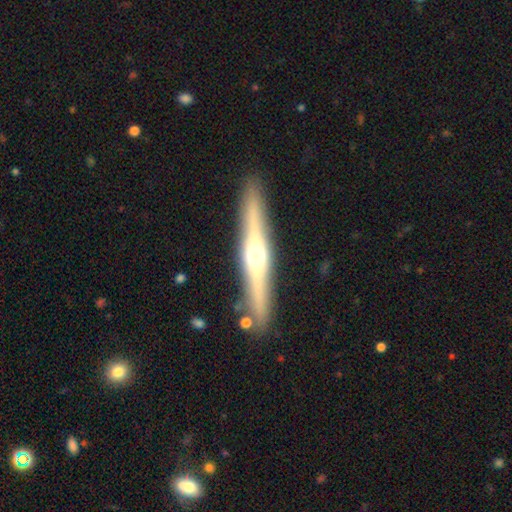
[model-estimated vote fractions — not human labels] Overall: featured or disk (71%). Edge-on disk: yes (96%). Edge-on bulge: rounded (91%). Merging: none (88%).